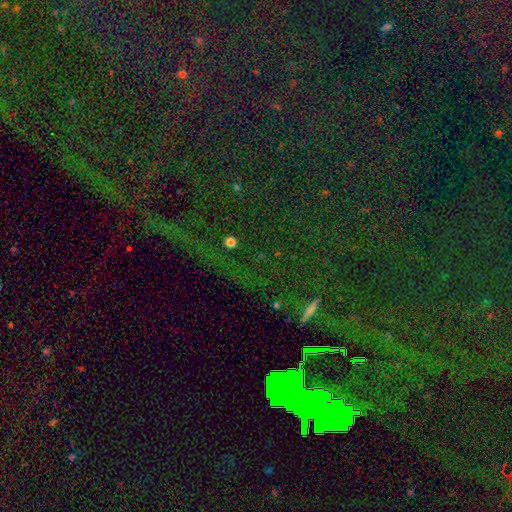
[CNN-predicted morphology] This appears to be a star or artifact, not a galaxy (82%).